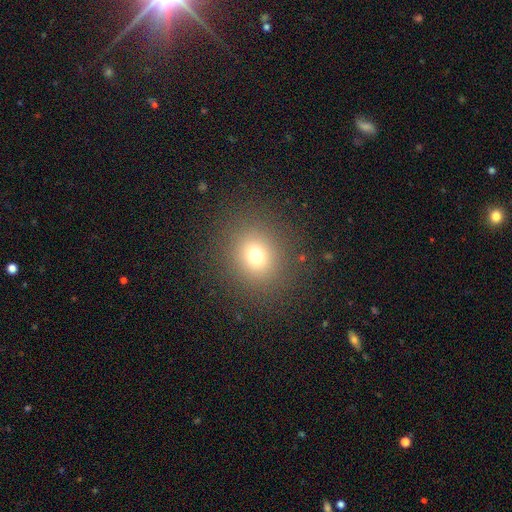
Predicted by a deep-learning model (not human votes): Q: Smooth or featured?
A: smooth (71%); runner-up: star or artifact (19%)
Q: How rounded?
A: round (82%); runner-up: in between (17%)
Q: Merging?
A: none (87%); runner-up: minor disturbance (7%)